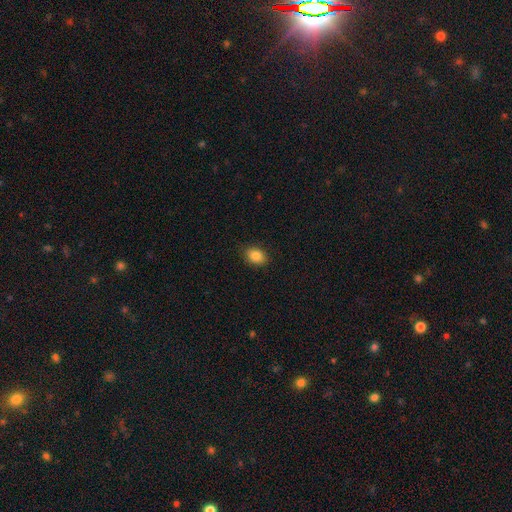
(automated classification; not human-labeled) smooth 86%, star or artifact 9%, featured or disk 5%. Down the decision tree: how rounded — in between (75%); merging — none (87%).